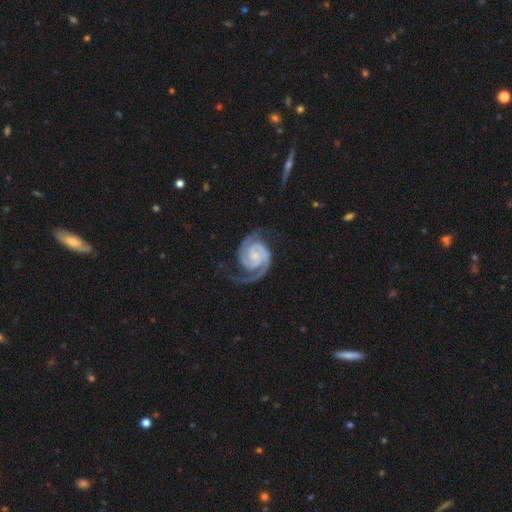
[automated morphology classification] Q: Smooth or featured?
A: featured or disk (94%); runner-up: star or artifact (3%)
Q: Edge-on disk?
A: no (98%); runner-up: yes (2%)
Q: Bar?
A: no (65%); runner-up: weak (26%)
Q: Spiral arms?
A: yes (99%); runner-up: no (1%)
Q: Spiral winding?
A: tight (54%); runner-up: medium (39%)
Q: Spiral arm count?
A: 2 (90%); runner-up: 3 (4%)
Q: Bulge size?
A: small (66%); runner-up: moderate (20%)
Q: Merging?
A: none (72%); runner-up: minor disturbance (17%)